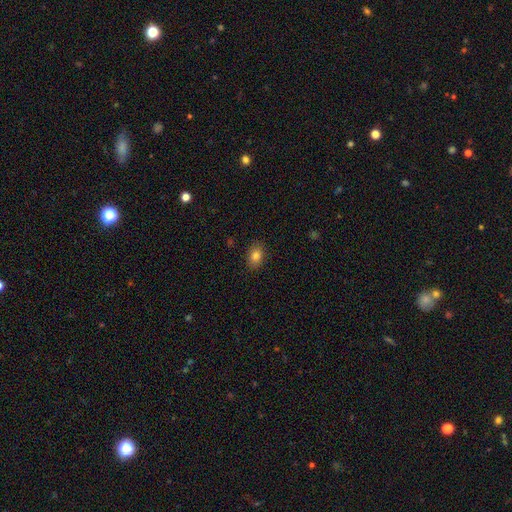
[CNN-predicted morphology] Smooth or featured? smooth (83%)
How rounded? in between (80%)
Merging? none (87%)